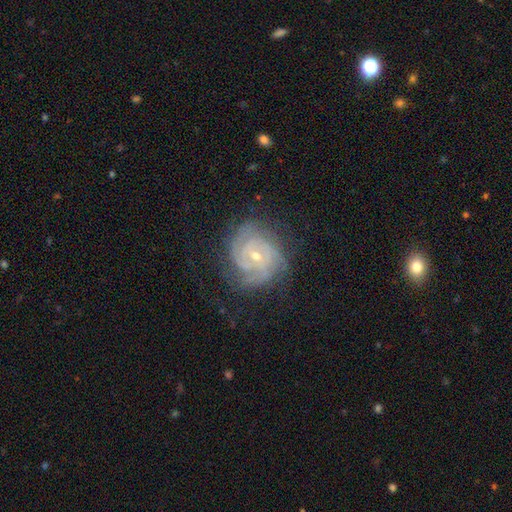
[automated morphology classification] Smooth or featured: featured or disk — 87% (smooth — 7%)
Edge-on disk: no — 98% (yes — 2%)
Bar: no — 63% (weak — 30%)
Spiral arms: yes — 97% (no — 3%)
Spiral winding: tight — 75% (medium — 22%)
Spiral arm count: 3 — 30% (2 — 23%)
Bulge size: small — 63% (moderate — 35%)
Merging: none — 75% (minor disturbance — 17%)